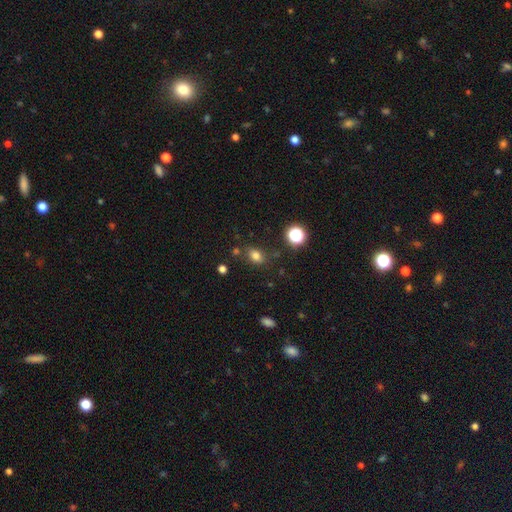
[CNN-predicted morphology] A smooth galaxy with no disk features (76%) that is in between round and cigar-shaped (69%).

Vote fractions:
- Smooth or featured? smooth: 76% / star or artifact: 16% / featured or disk: 8%
- How rounded? in between: 69% / round: 29% / cigar-shaped: 2%
- Merging? none: 74% / minor disturbance: 15% / merger: 6% / major disturbance: 5%